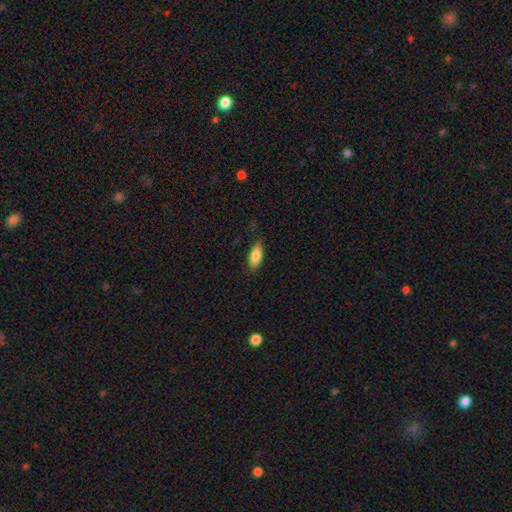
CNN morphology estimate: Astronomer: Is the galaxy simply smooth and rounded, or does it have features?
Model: smooth — 83%.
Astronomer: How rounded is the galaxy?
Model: in between — 82%.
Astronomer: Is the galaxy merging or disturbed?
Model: none — 81%.